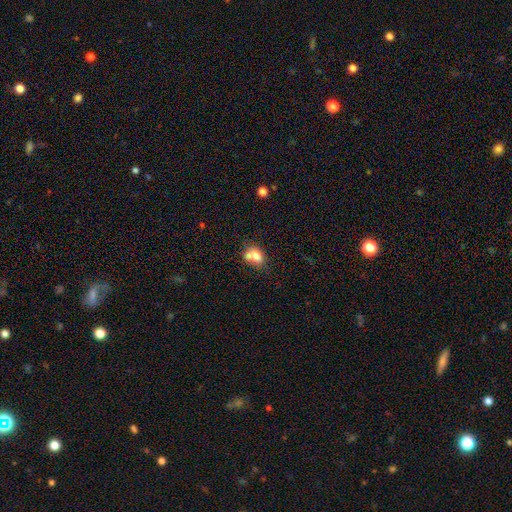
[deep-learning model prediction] Morphology: type=smooth (74%); roundness=in between (61%); merging=merger (48%).